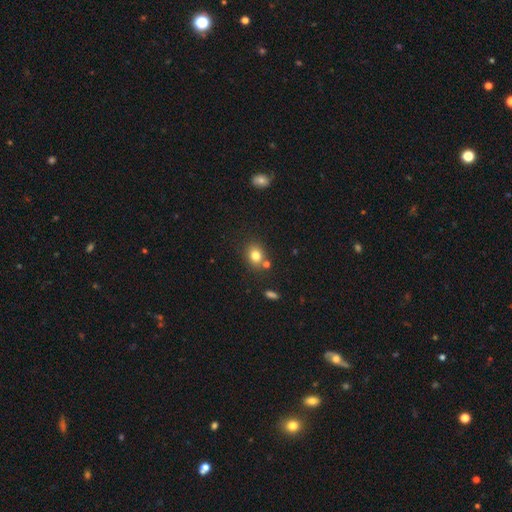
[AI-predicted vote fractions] Smooth or featured? Predicted: smooth (p=0.79). How rounded? Predicted: round (p=0.62). Merging? Predicted: none (p=0.71).